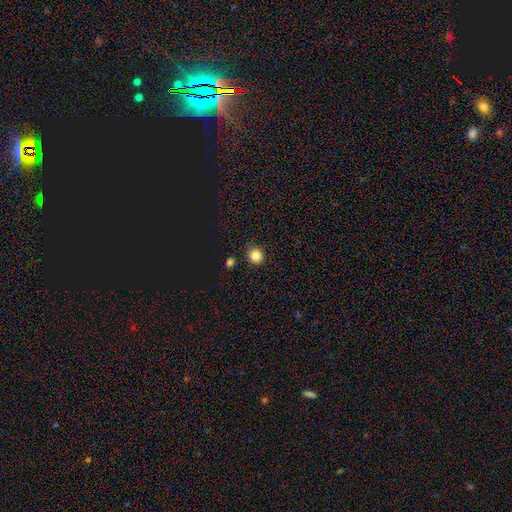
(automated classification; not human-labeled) smooth-or-featured: smooth: 83% | star or artifact: 13% | featured or disk: 5%
  how-rounded: round: 89% | in between: 10% | cigar-shaped: 1%
  merging: none: 86% | minor disturbance: 9% | merger: 3% | major disturbance: 2%